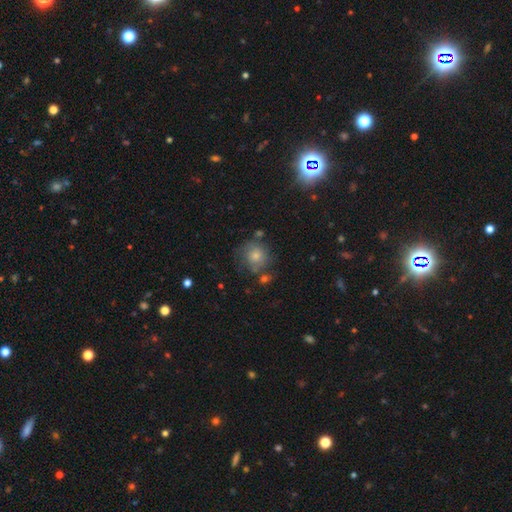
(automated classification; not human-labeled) Smooth or featured?
  - smooth: 67% *
  - featured or disk: 22%
  - star or artifact: 11%
How rounded?
  - round: 86% *
  - in between: 13%
  - cigar-shaped: 1%
Merging?
  - none: 60% *
  - minor disturbance: 21%
  - major disturbance: 10%
  - merger: 8%